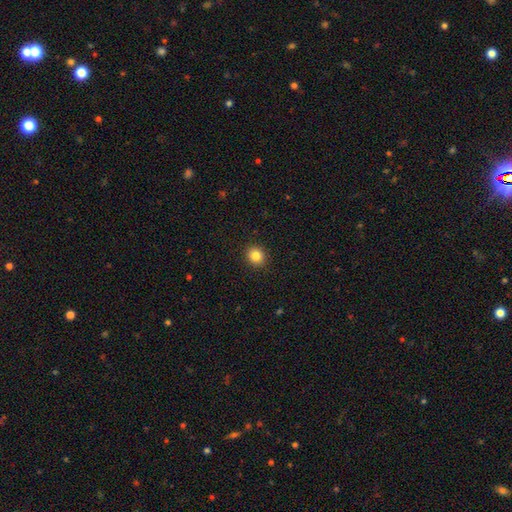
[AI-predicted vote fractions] smooth 84%, star or artifact 11%, featured or disk 5%. Down the decision tree: how rounded — round (84%); merging — none (92%).